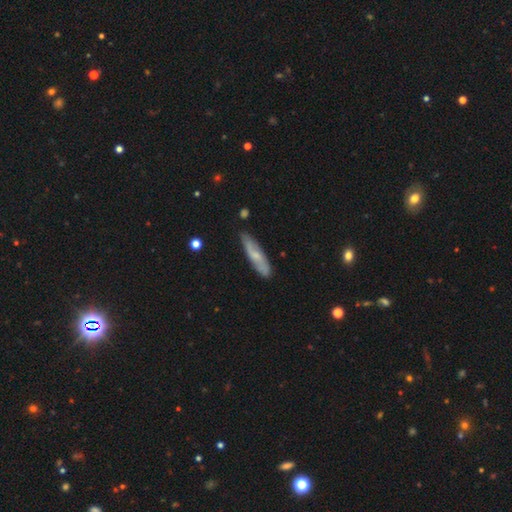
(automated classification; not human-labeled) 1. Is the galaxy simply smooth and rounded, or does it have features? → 49% smooth, 45% featured or disk, 6% star or artifact.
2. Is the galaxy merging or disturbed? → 80% none, 15% minor disturbance, 3% major disturbance, 2% merger.